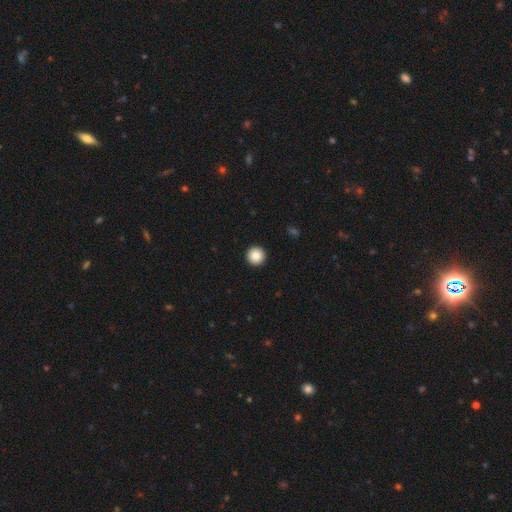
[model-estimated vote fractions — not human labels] Smooth or featured? Predicted: smooth (p=0.86). How rounded? Predicted: round (p=0.97). Merging? Predicted: none (p=0.94).